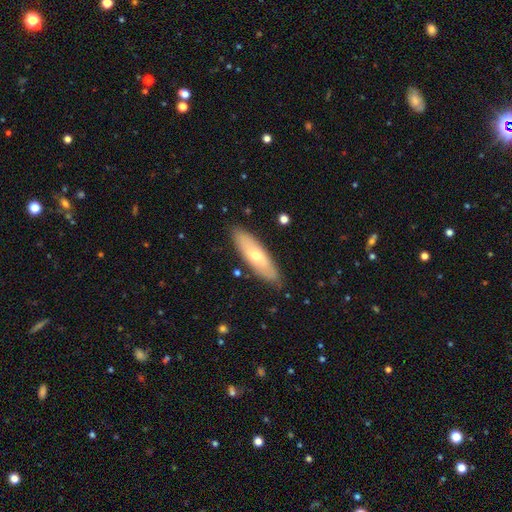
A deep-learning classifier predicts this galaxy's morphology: A smooth galaxy with no disk features (57%) that is cigar-shaped (54%). Merging: none (85%).